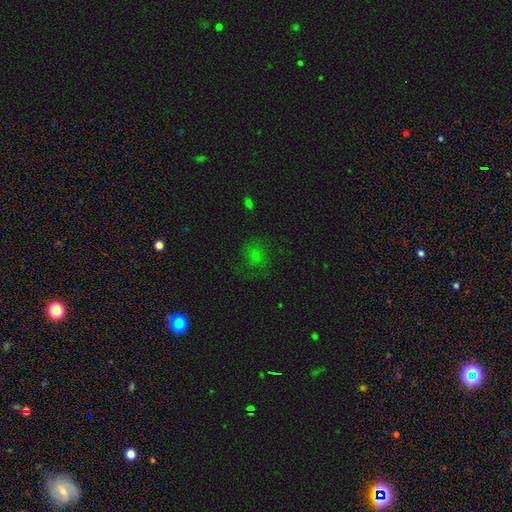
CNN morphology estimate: The model was most divided on "smooth or featured": smooth: 60%, star or artifact: 27%, featured or disk: 13%. More confident: how rounded — round (68%); merging — none (67%).